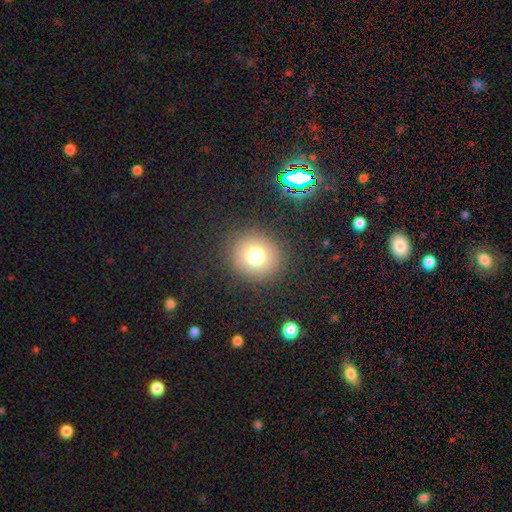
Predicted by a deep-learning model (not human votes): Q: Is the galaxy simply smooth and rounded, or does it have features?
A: smooth — 74%.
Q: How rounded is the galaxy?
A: round — 87%.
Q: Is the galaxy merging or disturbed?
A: none — 88%.